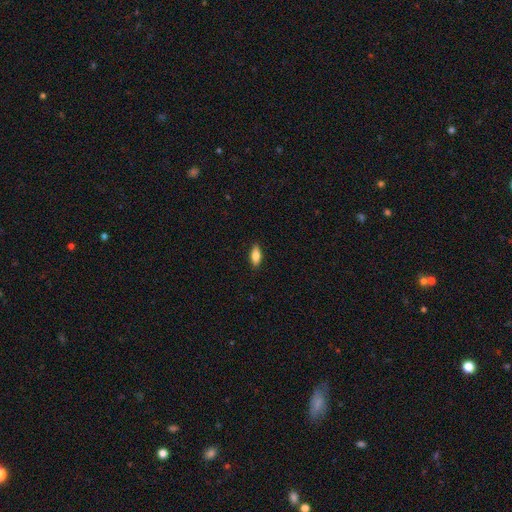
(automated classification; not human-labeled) smooth-or-featured: smooth: 78% | featured or disk: 15% | star or artifact: 7%
  how-rounded: in between: 78% | cigar-shaped: 19% | round: 3%
  merging: none: 88% | minor disturbance: 9% | major disturbance: 2% | merger: 1%